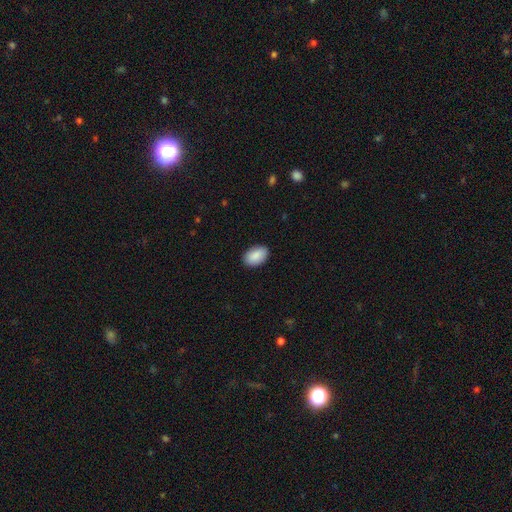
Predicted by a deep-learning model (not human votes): Smooth or featured: smooth — 90% (star or artifact — 6%)
How rounded: in between — 92% (round — 7%)
Merging: none — 89% (minor disturbance — 8%)